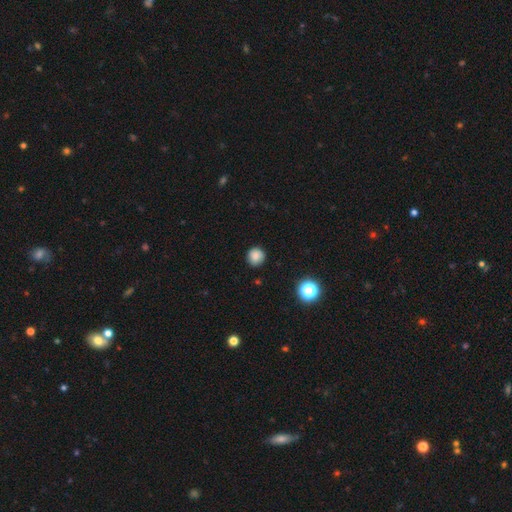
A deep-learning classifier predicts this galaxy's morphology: A smooth galaxy with no disk features (83%) that is round (92%).

Vote fractions:
- Smooth or featured? smooth: 83% / star or artifact: 12% / featured or disk: 5%
- How rounded? round: 92% / in between: 7% / cigar-shaped: 1%
- Merging? none: 87% / minor disturbance: 10% / major disturbance: 2% / merger: 1%